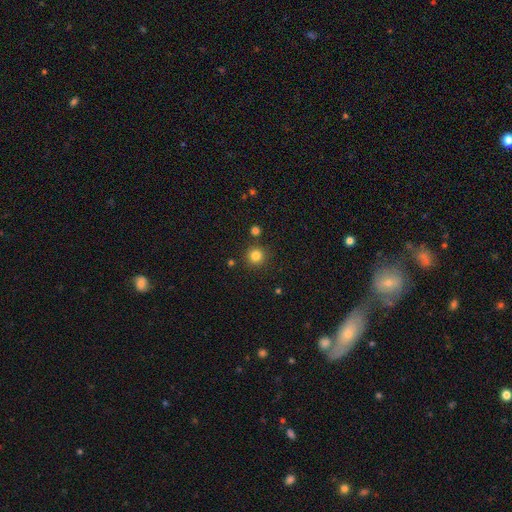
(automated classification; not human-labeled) This is clearly a smooth galaxy (82%). How rounded: clearly round (95%). Merging: clearly none (87%).